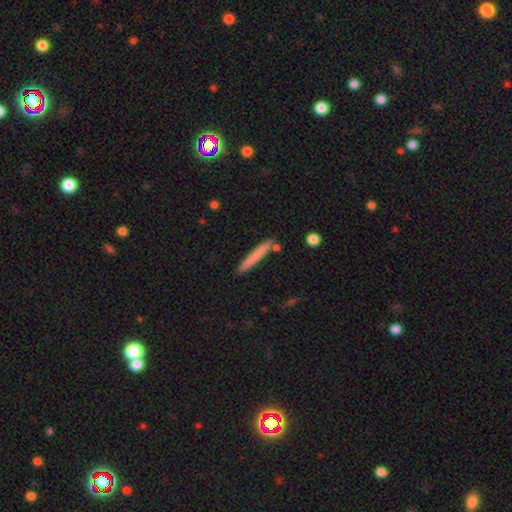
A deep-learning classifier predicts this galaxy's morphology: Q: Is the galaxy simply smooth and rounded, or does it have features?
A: smooth — 71%.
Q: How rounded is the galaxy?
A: cigar-shaped — 96%.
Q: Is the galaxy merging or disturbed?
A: none — 86%.